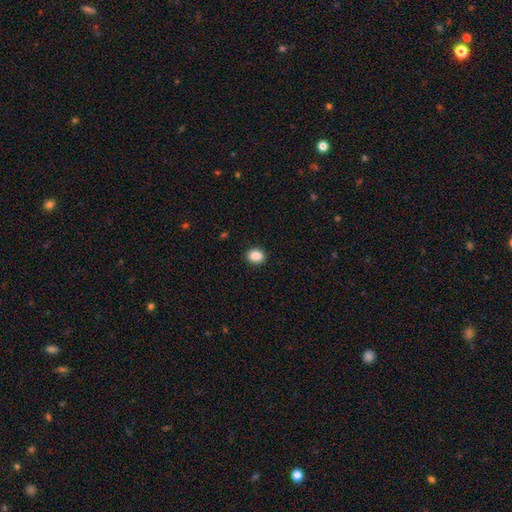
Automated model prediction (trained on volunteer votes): The model was most divided on "how rounded": in between: 51%, round: 48%, cigar-shaped: 1%. More confident: merging — none (90%); smooth or featured — smooth (88%).